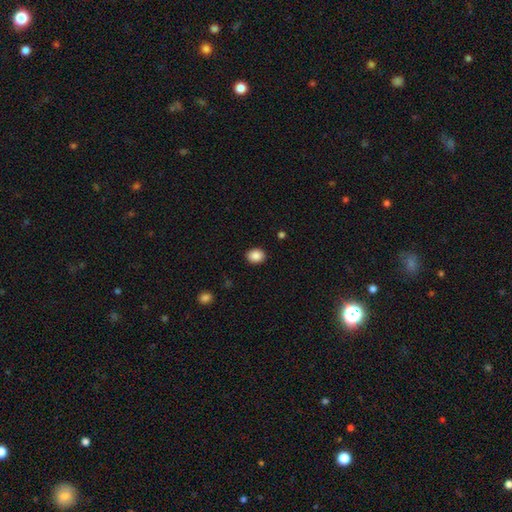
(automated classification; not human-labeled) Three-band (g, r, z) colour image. It shows a smooth galaxy with no disk features (88%) that is round (50%). Merging: none (90%).